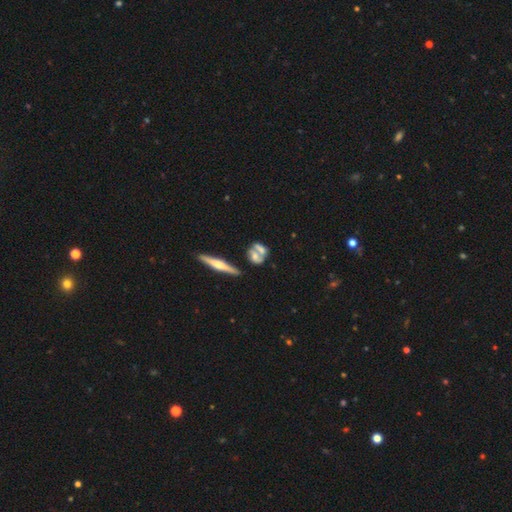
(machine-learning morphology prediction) This appears to be a featured or disk galaxy (46%). Merging: none (43%).